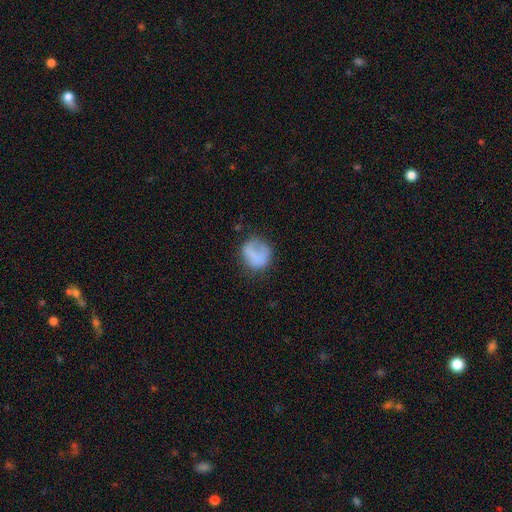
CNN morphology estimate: Smooth or featured? Predicted: smooth (p=0.73). How rounded? Predicted: round (p=0.81). Merging? Predicted: none (p=0.55).